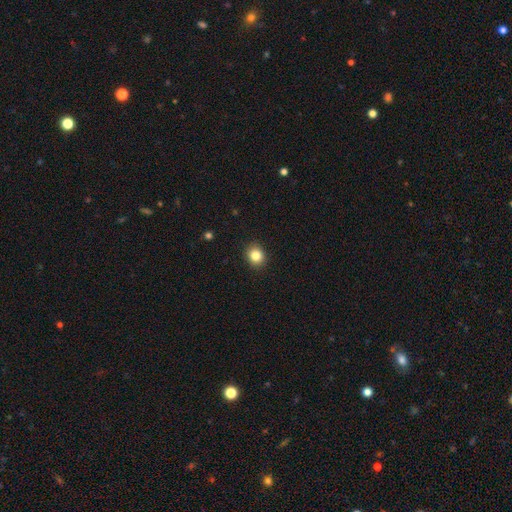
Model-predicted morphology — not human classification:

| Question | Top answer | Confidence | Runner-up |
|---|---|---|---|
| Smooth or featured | smooth | 84% | star or artifact (11%) |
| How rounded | round | 74% | in between (25%) |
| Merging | none | 90% | minor disturbance (7%) |